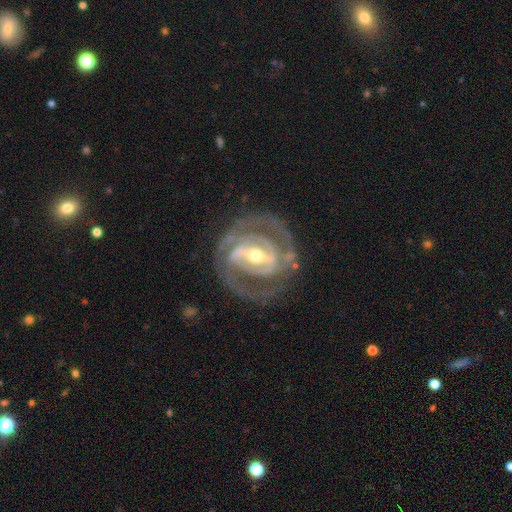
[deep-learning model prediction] Morphology: type=featured or disk (89%); edge-on=no (96%); bar=strong (63%); spiral arms=yes (88%); winding=tight (58%); arm count=2 (69%); bulge=moderate (56%); merging=none (75%).